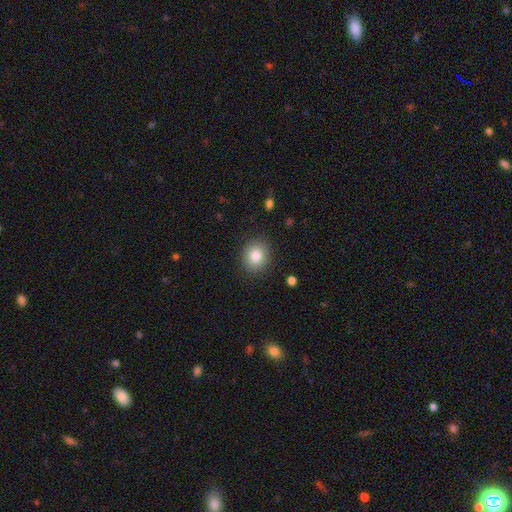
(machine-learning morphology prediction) smooth_or_featured: smooth (p=0.84) [alt: star or artifact p=0.09]
how_rounded: round (p=0.74) [alt: in between p=0.25]
merging: none (p=0.88) [alt: minor disturbance p=0.08]